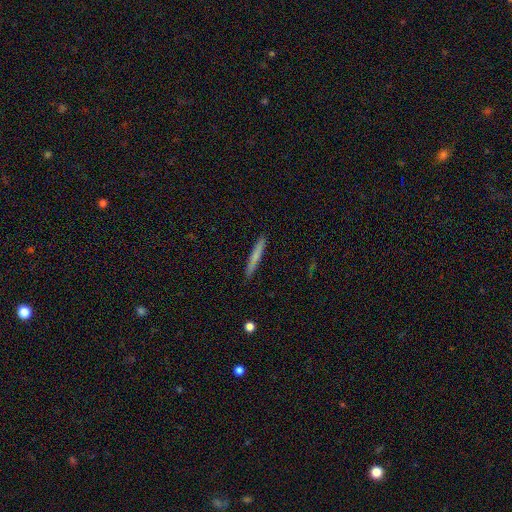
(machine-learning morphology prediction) Smooth or featured: smooth — 69% (featured or disk — 24%)
How rounded: cigar-shaped — 95% (in between — 3%)
Merging: none — 85% (minor disturbance — 12%)